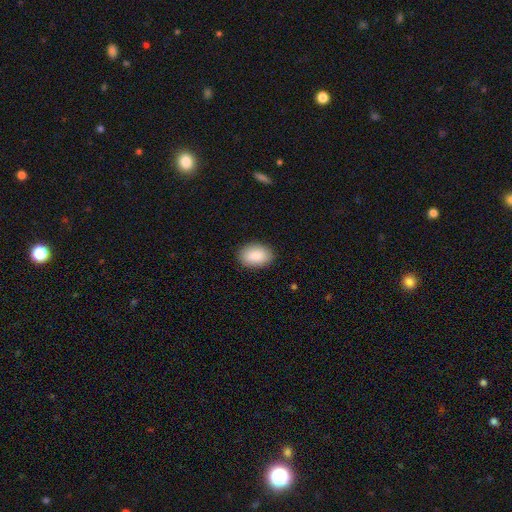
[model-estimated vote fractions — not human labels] Morphology: type=smooth (89%); roundness=in between (86%); merging=none (88%).